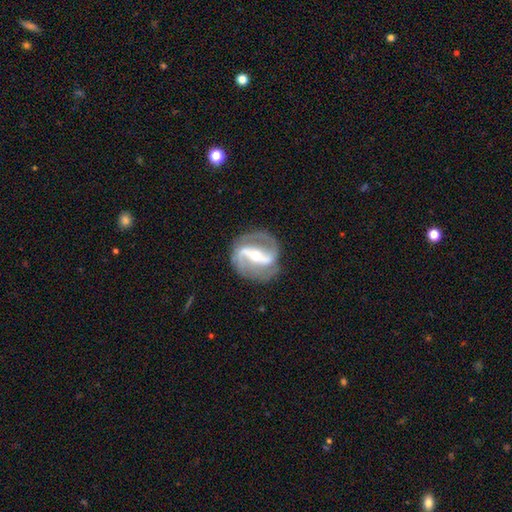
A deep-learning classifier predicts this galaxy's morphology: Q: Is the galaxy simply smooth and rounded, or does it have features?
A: featured or disk — 89%.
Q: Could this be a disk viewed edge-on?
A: no — 95%.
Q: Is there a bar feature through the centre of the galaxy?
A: strong — 71%.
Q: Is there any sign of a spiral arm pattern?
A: yes — 92%.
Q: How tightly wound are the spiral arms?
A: medium — 47%.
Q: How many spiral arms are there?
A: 2 — 91%.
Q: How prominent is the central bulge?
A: moderate — 50%.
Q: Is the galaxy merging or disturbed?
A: none — 82%.